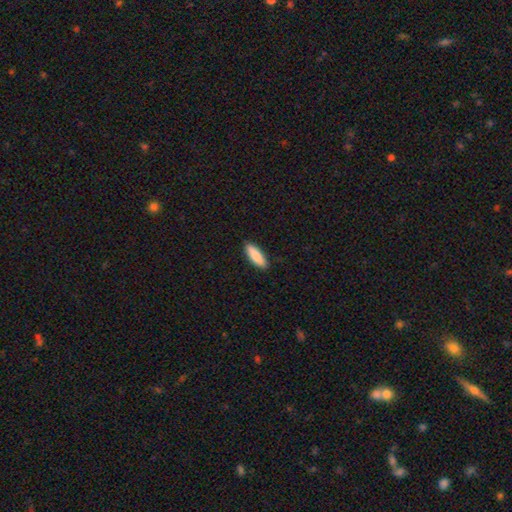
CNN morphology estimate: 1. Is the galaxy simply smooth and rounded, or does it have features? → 87% smooth, 8% featured or disk, 5% star or artifact.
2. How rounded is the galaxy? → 52% in between, 47% cigar-shaped, 2% round.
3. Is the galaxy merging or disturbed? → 90% none, 8% minor disturbance, 2% major disturbance, 1% merger.